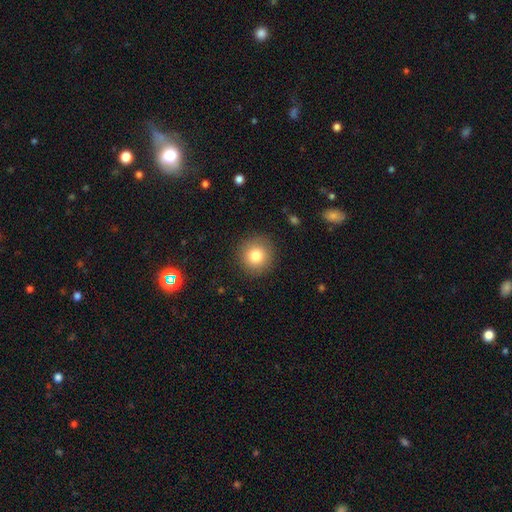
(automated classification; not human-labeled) This appears to be a smooth galaxy with no disk features (80%) that is round (93%). Merging: none (90%).